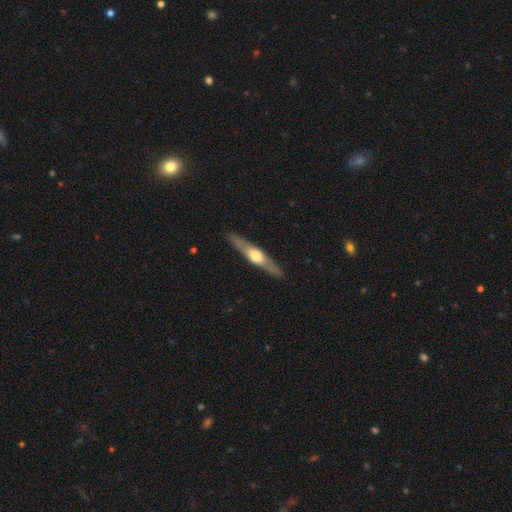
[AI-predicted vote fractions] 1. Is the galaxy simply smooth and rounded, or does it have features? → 65% featured or disk, 30% smooth, 5% star or artifact.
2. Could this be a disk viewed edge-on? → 94% yes, 6% no.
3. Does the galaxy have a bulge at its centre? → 91% rounded, 5% boxy, 3% none.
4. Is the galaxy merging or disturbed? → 89% none, 8% minor disturbance, 2% major disturbance, 1% merger.